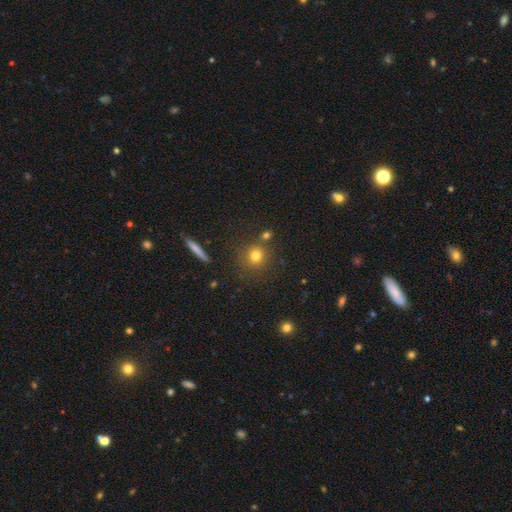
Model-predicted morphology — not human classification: A smooth galaxy with no disk features (76%) that is round (91%).

Vote fractions:
- Smooth or featured? smooth: 76% / star or artifact: 15% / featured or disk: 9%
- How rounded? round: 91% / in between: 7% / cigar-shaped: 2%
- Merging? none: 80% / minor disturbance: 9% / merger: 8% / major disturbance: 3%